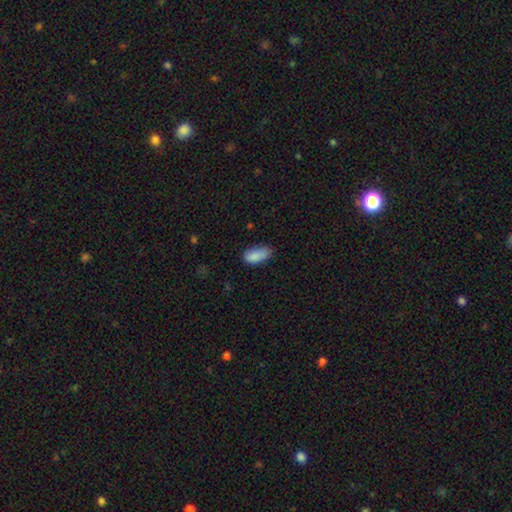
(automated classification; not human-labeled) This appears to be a smooth galaxy with no disk features (87%) that is in between round and cigar-shaped (89%). Merging: none (65%).